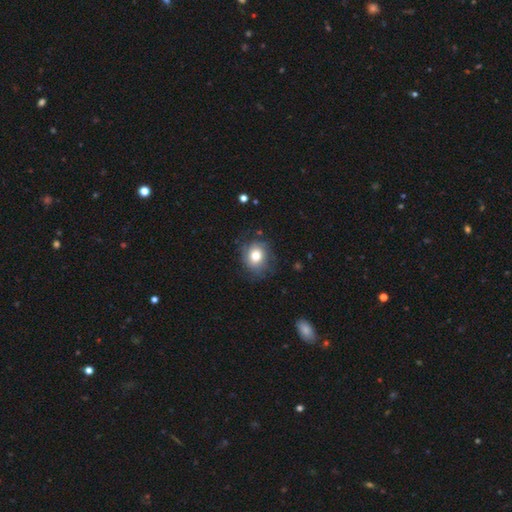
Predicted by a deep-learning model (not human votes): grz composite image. It shows a smooth galaxy with no disk features (69%) that is round (70%). Merging: none (70%).